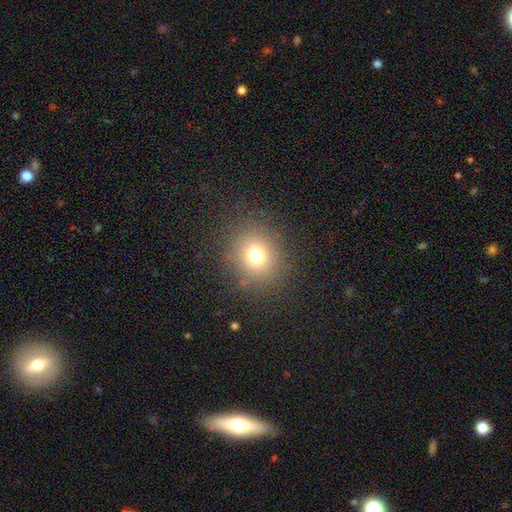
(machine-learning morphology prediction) A smooth galaxy with no disk features (72%) that is round (82%). Merging: none (85%).